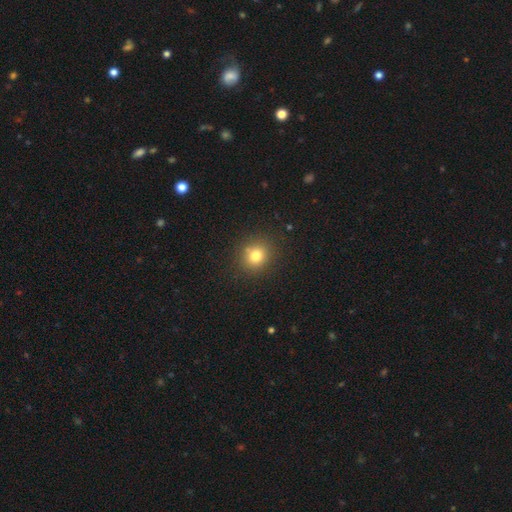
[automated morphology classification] This appears to be a smooth galaxy with no disk features (78%) that is round (82%). Merging: none (83%).